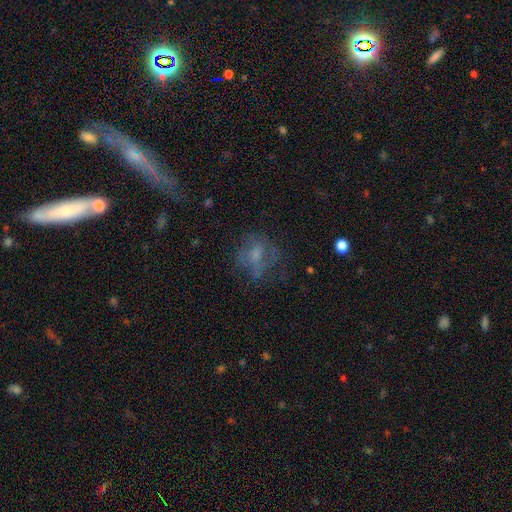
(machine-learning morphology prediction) smooth-or-featured: smooth: 43% | featured or disk: 40% | star or artifact: 17%
  merging: none: 49% | major disturbance: 28% | minor disturbance: 20% | merger: 3%